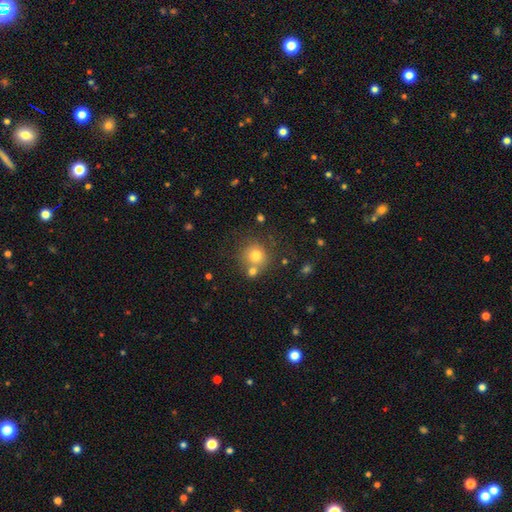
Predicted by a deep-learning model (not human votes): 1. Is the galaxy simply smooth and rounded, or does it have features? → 76% smooth, 12% star or artifact, 12% featured or disk.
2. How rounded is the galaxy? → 89% round, 10% in between, 1% cigar-shaped.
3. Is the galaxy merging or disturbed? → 62% none, 24% merger, 10% minor disturbance, 4% major disturbance.